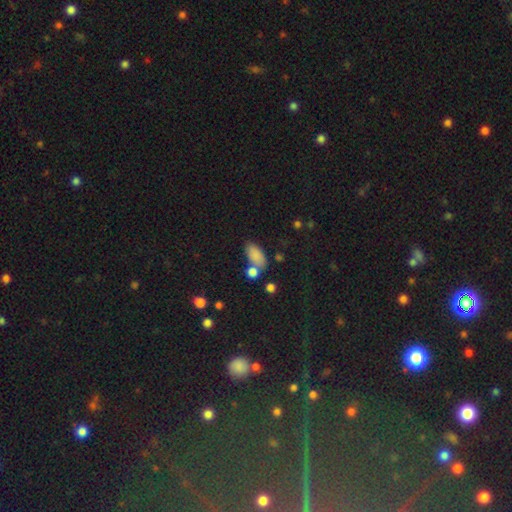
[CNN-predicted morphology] Smooth or featured? smooth (83%)
How rounded? in between (89%)
Merging? none (59%)